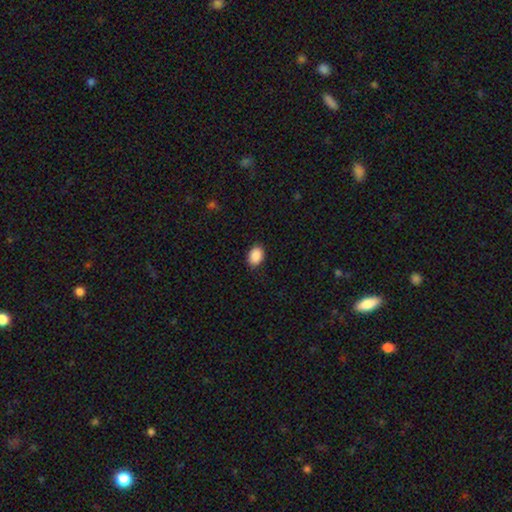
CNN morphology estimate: This is clearly a smooth galaxy (90%). How rounded: likely in between (76%). Merging: clearly none (88%).